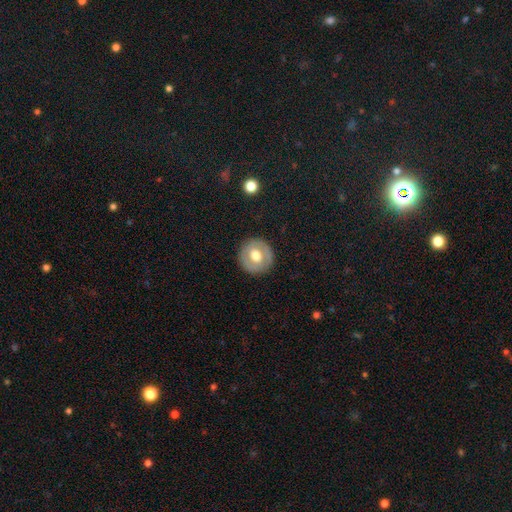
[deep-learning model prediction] Smooth or featured: smooth — 54% (featured or disk — 40%)
How rounded: round — 91% (in between — 8%)
Merging: none — 88% (minor disturbance — 8%)